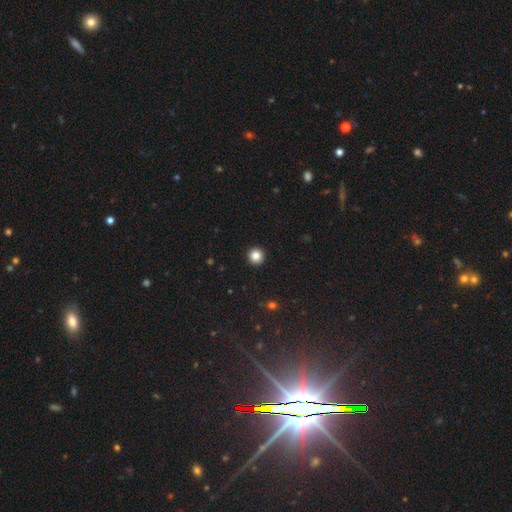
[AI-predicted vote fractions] Smooth or featured: smooth — 85% (star or artifact — 11%)
How rounded: round — 96% (in between — 3%)
Merging: none — 94% (minor disturbance — 4%)